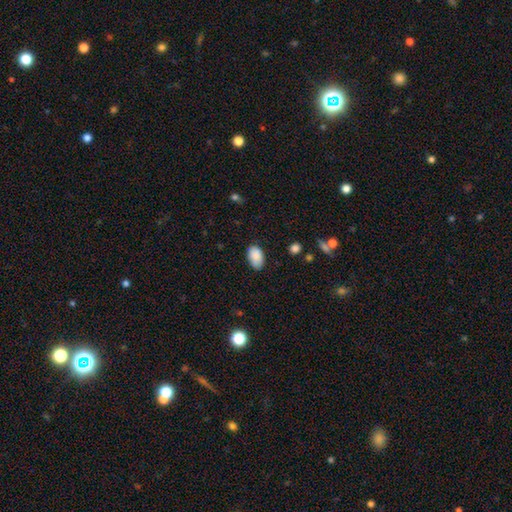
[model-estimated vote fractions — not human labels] A smooth galaxy with no disk features (88%) that is in between round and cigar-shaped (92%). Merging: none (75%).